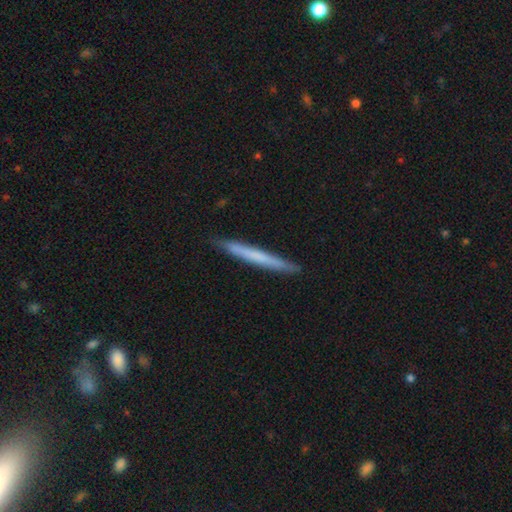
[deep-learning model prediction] A smooth galaxy with no disk features (57%) that is cigar-shaped (97%). Merging: none (90%).